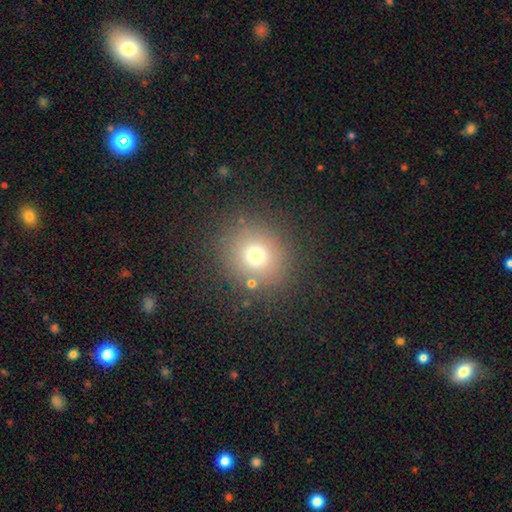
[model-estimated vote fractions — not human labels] Morphology: type=smooth (71%); roundness=round (87%); merging=none (83%).